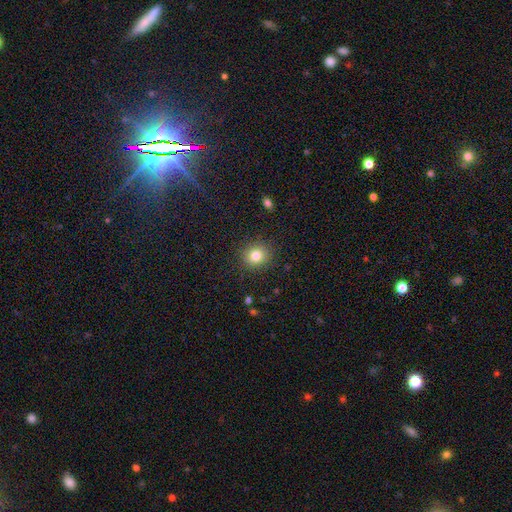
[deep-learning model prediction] Smooth or featured? Predicted: smooth (p=0.81). How rounded? Predicted: round (p=0.83). Merging? Predicted: none (p=0.89).